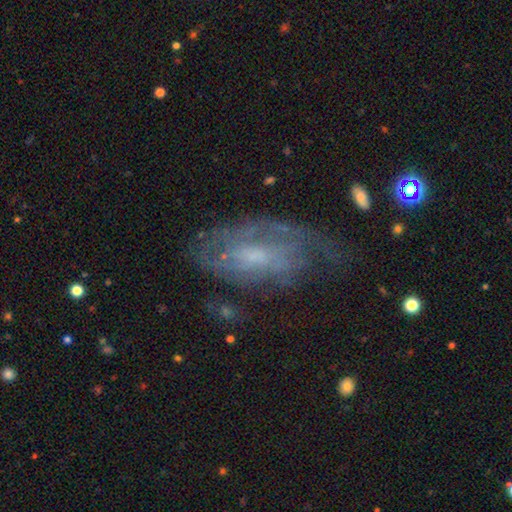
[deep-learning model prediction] Smooth or featured: featured or disk — 68% (smooth — 22%)
Edge-on disk: no — 92% (yes — 8%)
Bar: no — 59% (weak — 34%)
Spiral arms: yes — 74% (no — 26%)
Bulge size: small — 44% (moderate — 32%)
Merging: none — 54% (minor disturbance — 25%)